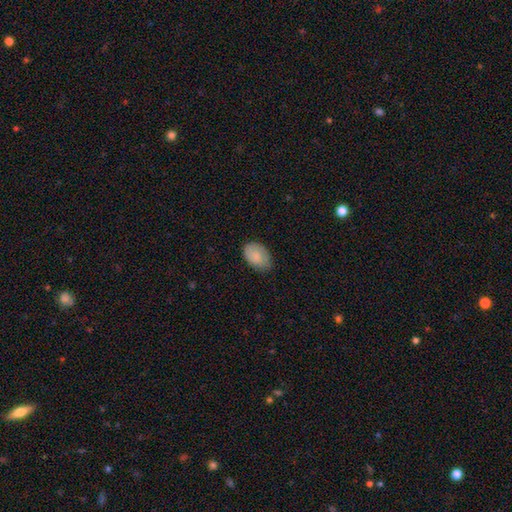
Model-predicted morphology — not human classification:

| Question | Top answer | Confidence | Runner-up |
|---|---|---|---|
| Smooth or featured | smooth | 84% | featured or disk (9%) |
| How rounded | in between | 88% | round (11%) |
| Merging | none | 69% | minor disturbance (26%) |